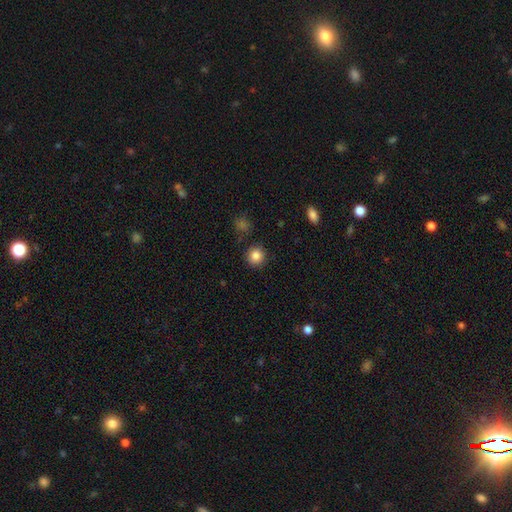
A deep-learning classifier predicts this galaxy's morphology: This appears to be a smooth galaxy with no disk features (85%) that is round (92%). Merging: none (90%).